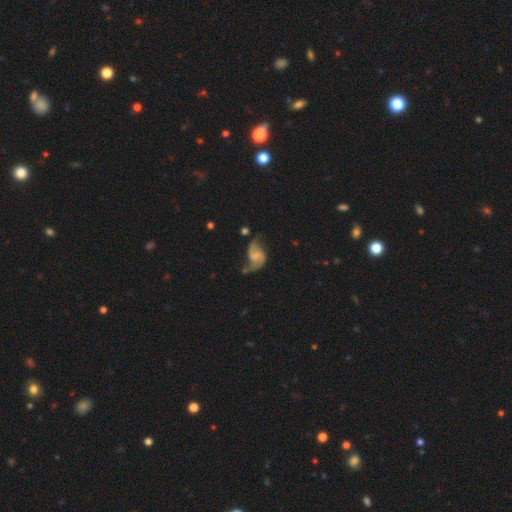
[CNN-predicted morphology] type=featured or disk (80%); edge-on=no (98%); bar=no (45%); spiral arms=yes (94%); winding=loose (62%); arm count=2 (89%); bulge=none (49%); merging=none (48%).